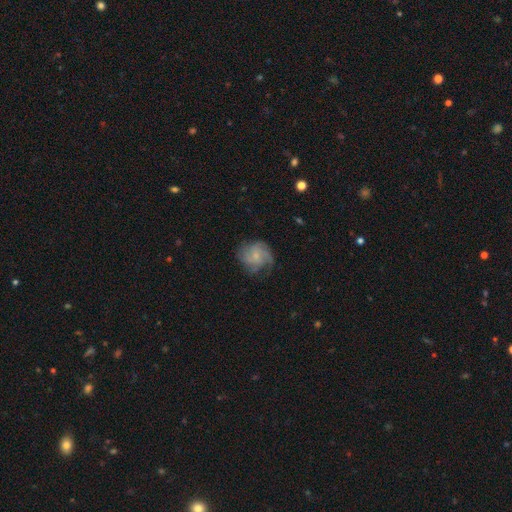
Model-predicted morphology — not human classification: Smooth or featured? featured or disk (65%)
Edge-on disk? no (98%)
Bar? no (67%)
Spiral arms? yes (89%)
Spiral winding? medium (44%)
Spiral arm count? can't tell (29%)
Bulge size? small (67%)
Merging? none (63%)